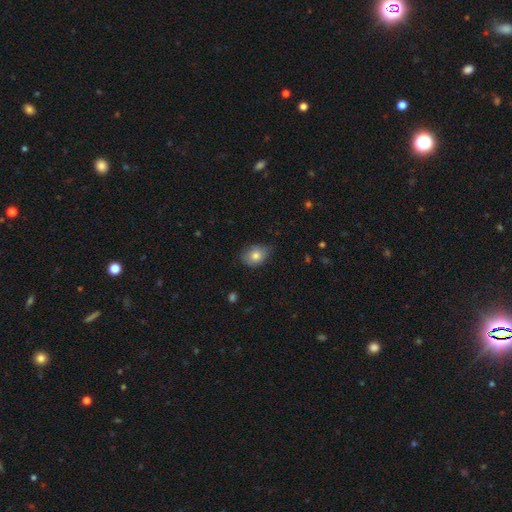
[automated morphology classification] Q: Smooth or featured?
A: smooth (80%); runner-up: featured or disk (11%)
Q: How rounded?
A: in between (67%); runner-up: round (32%)
Q: Merging?
A: none (68%); runner-up: minor disturbance (27%)